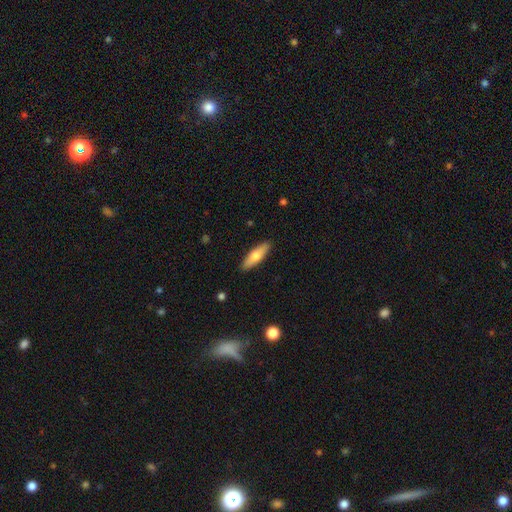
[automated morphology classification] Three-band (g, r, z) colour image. It shows a smooth galaxy with no disk features (66%) that is cigar-shaped (51%). Merging: none (89%).